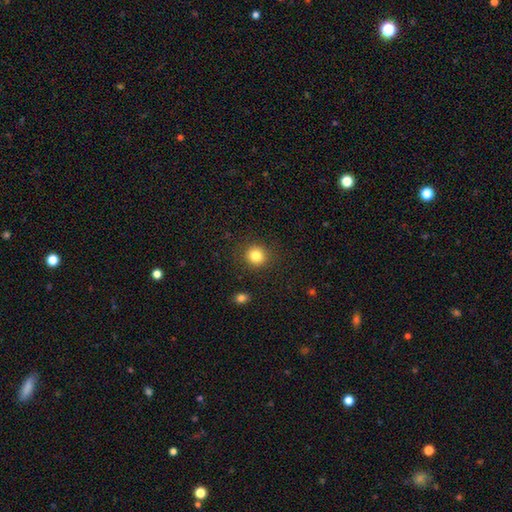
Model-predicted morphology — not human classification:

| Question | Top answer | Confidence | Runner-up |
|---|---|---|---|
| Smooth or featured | smooth | 83% | star or artifact (11%) |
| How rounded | round | 90% | in between (9%) |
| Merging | none | 90% | minor disturbance (6%) |